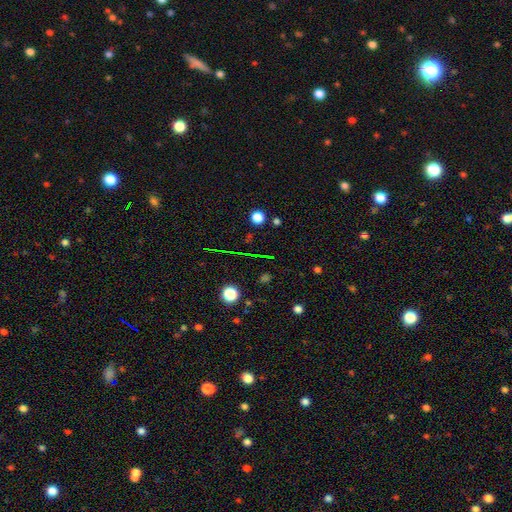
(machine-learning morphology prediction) smooth_or_featured: star or artifact (p=0.65) [alt: smooth p=0.20]